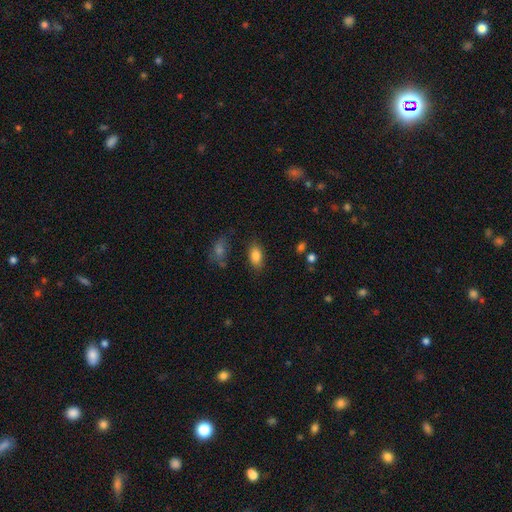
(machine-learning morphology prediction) smooth 85%, star or artifact 8%, featured or disk 7%. Down the decision tree: how rounded — in between (91%); merging — none (80%).